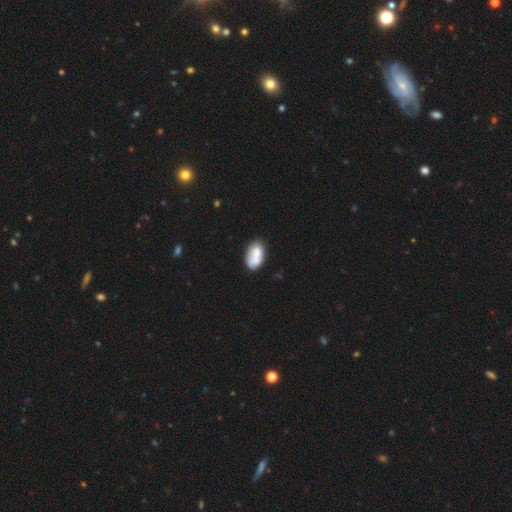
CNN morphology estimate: A smooth galaxy with no disk features (66%) that is in between round and cigar-shaped (92%).

Vote fractions:
- Smooth or featured? smooth: 66% / featured or disk: 26% / star or artifact: 7%
- How rounded? in between: 92% / round: 6% / cigar-shaped: 2%
- Merging? none: 49% / merger: 24% / minor disturbance: 19% / major disturbance: 7%